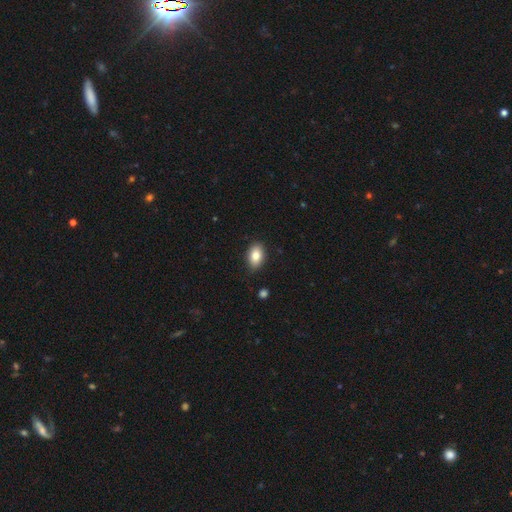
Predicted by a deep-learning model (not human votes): A smooth galaxy with no disk features (82%) that is in between round and cigar-shaped (87%). Merging: none (85%).